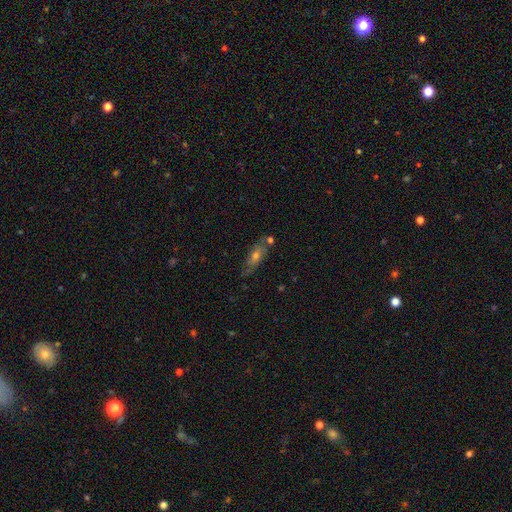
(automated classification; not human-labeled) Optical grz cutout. It shows a featured or disk galaxy (46%). Merging: none (65%).